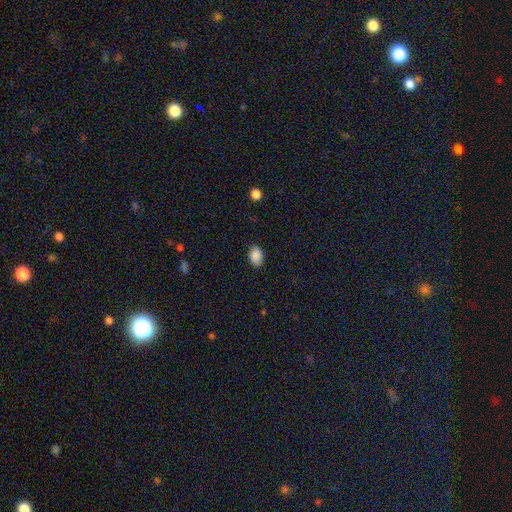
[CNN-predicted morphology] smooth_or_featured: smooth (p=0.89) [alt: star or artifact p=0.08]
how_rounded: in between (p=0.84) [alt: round p=0.15]
merging: none (p=0.87) [alt: minor disturbance p=0.10]